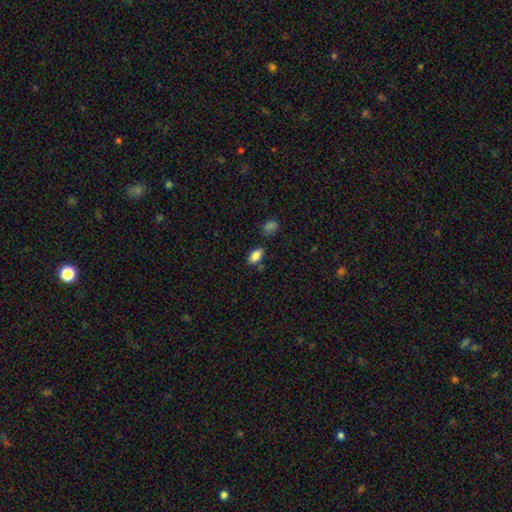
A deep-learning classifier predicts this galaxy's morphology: This is clearly a smooth galaxy (86%). How rounded: clearly in between (91%). Merging: likely none (79%).